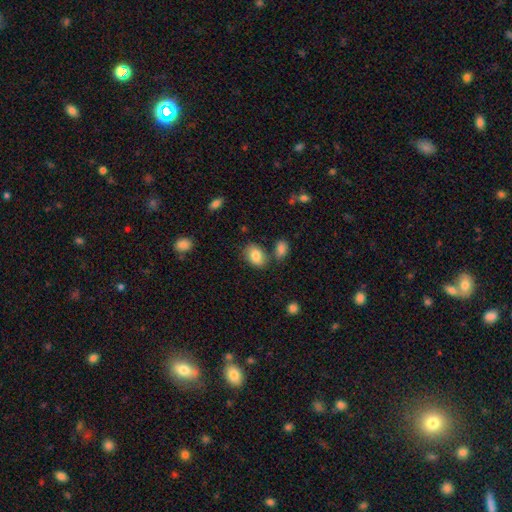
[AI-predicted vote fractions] Smooth or featured?
  - smooth: 84% *
  - featured or disk: 9%
  - star or artifact: 8%
How rounded?
  - in between: 82% *
  - round: 16%
  - cigar-shaped: 1%
Merging?
  - none: 69% *
  - minor disturbance: 15%
  - merger: 11%
  - major disturbance: 4%